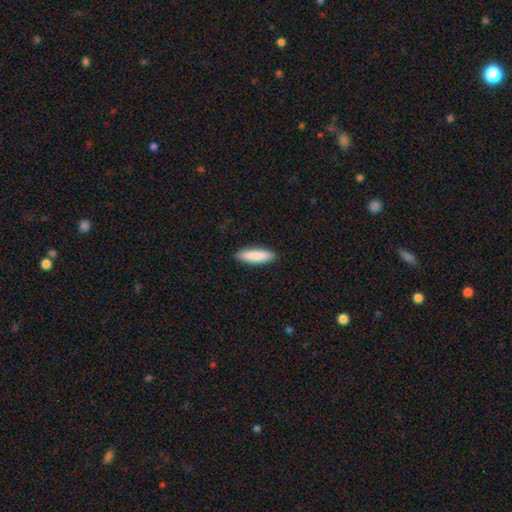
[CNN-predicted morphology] Smooth or featured? Predicted: smooth (p=0.88). How rounded? Predicted: cigar-shaped (p=0.62). Merging? Predicted: none (p=0.90).